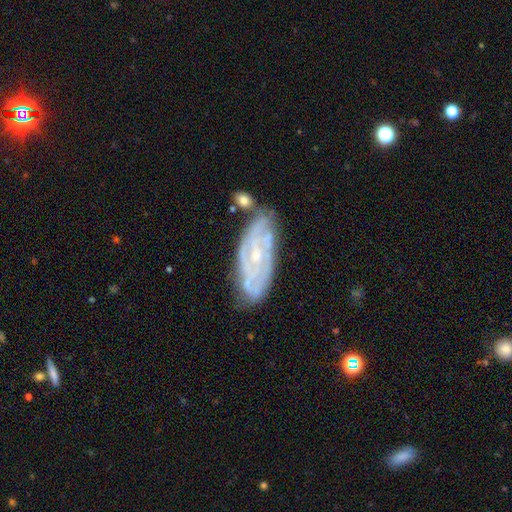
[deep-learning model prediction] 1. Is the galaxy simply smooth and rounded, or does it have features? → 80% featured or disk, 13% smooth, 7% star or artifact.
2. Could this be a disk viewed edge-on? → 90% no, 10% yes.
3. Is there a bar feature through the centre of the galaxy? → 59% no, 31% weak, 10% strong.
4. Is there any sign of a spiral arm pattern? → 88% yes, 12% no.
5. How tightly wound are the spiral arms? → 68% tight, 26% medium, 7% loose.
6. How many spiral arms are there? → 41% can't tell, 27% 2, 15% 3, 8% 4, 4% more than 4, 4% 1.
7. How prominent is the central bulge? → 71% small, 24% moderate, 3% none, 1% large, 1% dominant.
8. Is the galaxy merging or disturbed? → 69% none, 20% minor disturbance, 6% merger, 5% major disturbance.